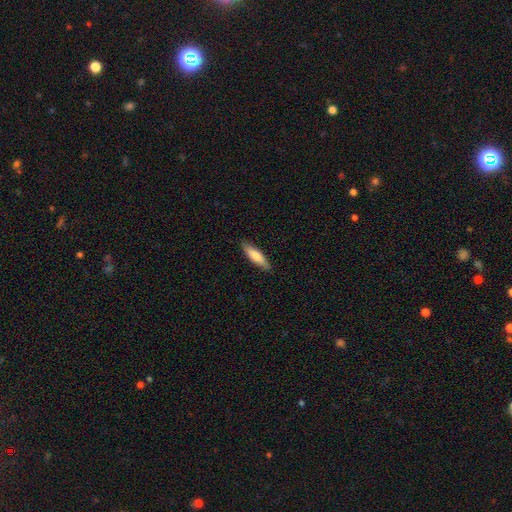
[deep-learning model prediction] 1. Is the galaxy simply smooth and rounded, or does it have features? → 76% smooth, 19% featured or disk, 5% star or artifact.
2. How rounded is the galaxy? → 64% cigar-shaped, 35% in between, 1% round.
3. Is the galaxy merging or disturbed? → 87% none, 10% minor disturbance, 2% major disturbance, 1% merger.